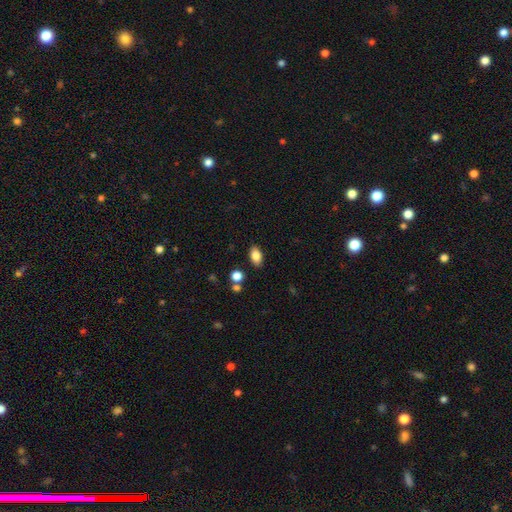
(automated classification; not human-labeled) A smooth galaxy with no disk features (83%) that is in between round and cigar-shaped (88%). Merging: none (85%).